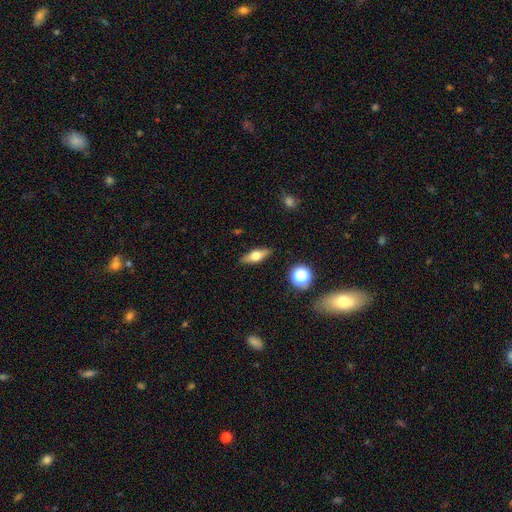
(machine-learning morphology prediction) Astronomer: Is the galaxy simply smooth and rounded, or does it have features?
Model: smooth — 52% (runner-up: featured or disk, 39%).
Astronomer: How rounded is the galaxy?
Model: in between — 58% (runner-up: cigar-shaped, 36%).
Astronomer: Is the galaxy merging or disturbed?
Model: none — 88%.